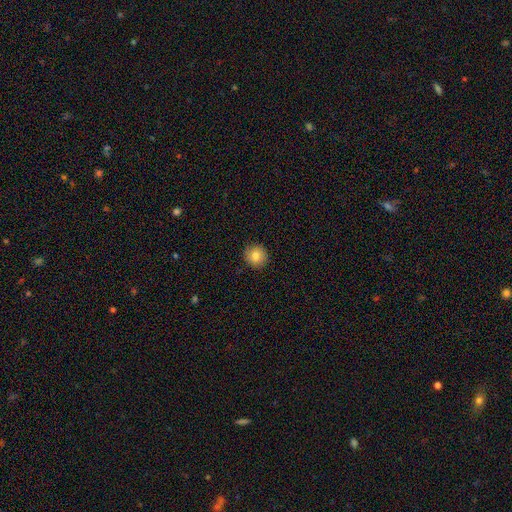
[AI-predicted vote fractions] Smooth or featured?
  - smooth: 81% *
  - featured or disk: 10%
  - star or artifact: 9%
How rounded?
  - round: 91% *
  - in between: 8%
  - cigar-shaped: 1%
Merging?
  - none: 90% *
  - minor disturbance: 8%
  - major disturbance: 2%
  - merger: 1%